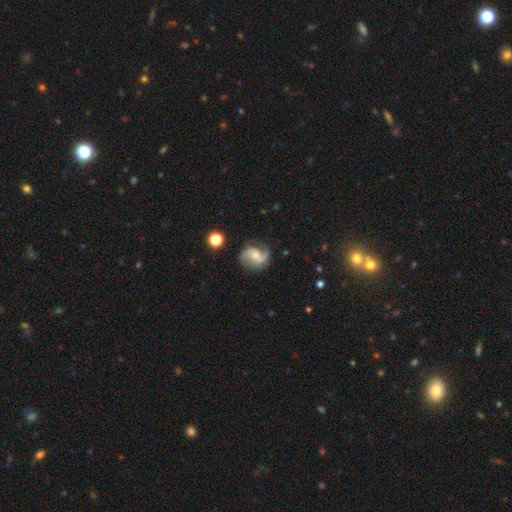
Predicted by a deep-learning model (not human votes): The model was most divided on "bar": no: 44%, weak: 42%, strong: 15%. Remaining: edge-on disk — no (98%); spiral arms — yes (95%); spiral arm count — 2 (88%); smooth or featured — featured or disk (80%); merging — none (76%); bulge size — small (49%); spiral winding — loose (45%).